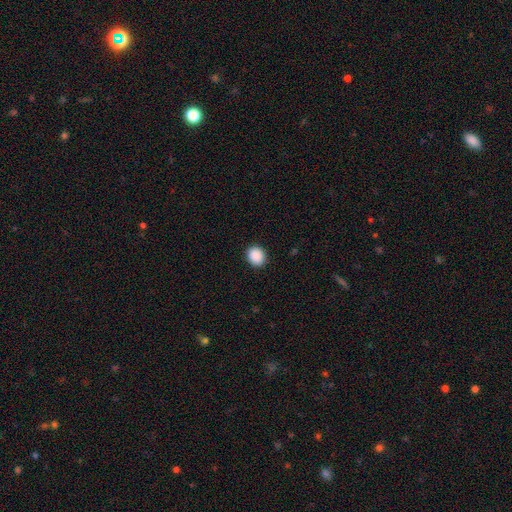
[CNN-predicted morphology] This is clearly a smooth galaxy (90%). How rounded: likely round (72%). Merging: clearly none (91%).